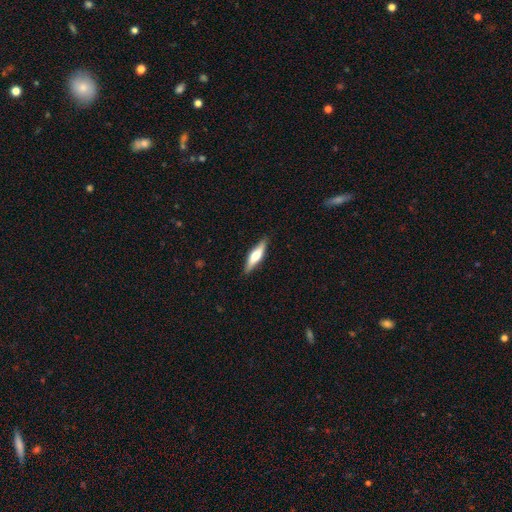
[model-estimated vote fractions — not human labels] smooth-or-featured: smooth: 48% | featured or disk: 47% | star or artifact: 5%
  merging: none: 87% | minor disturbance: 10% | major disturbance: 2% | merger: 1%